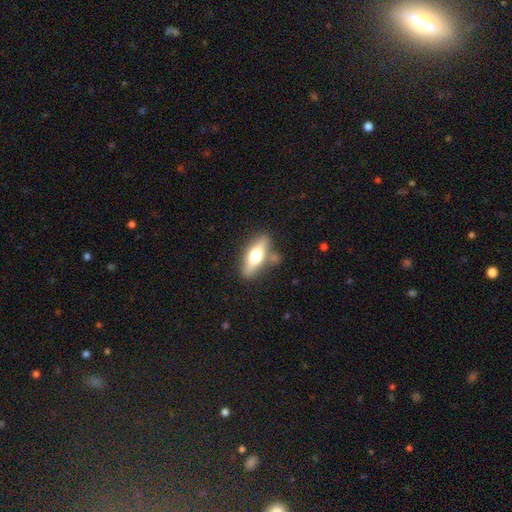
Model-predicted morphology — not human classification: smooth 53%, featured or disk 42%, star or artifact 6%. Down the decision tree: how rounded — in between (54%); merging — none (77%).